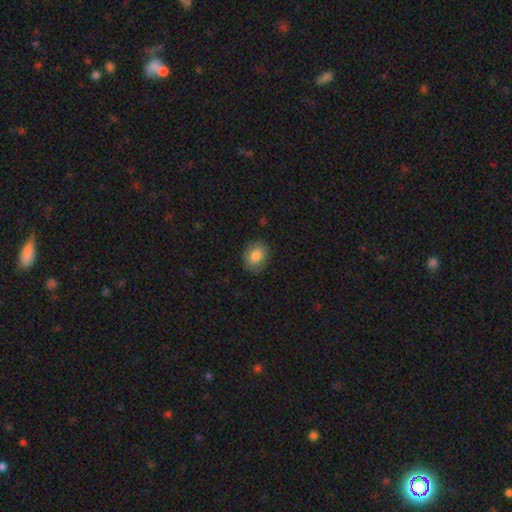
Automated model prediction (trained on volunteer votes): Smooth or featured? smooth (83%)
How rounded? in between (58%)
Merging? none (83%)